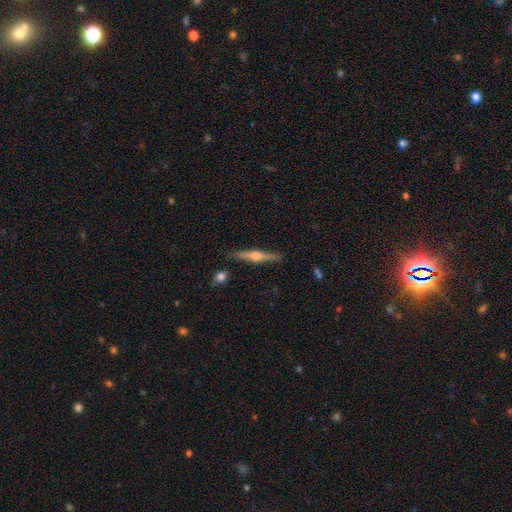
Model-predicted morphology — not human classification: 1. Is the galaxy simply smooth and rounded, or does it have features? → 64% featured or disk, 30% smooth, 6% star or artifact.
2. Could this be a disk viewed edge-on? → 97% yes, 3% no.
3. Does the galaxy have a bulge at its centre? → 85% rounded, 10% boxy, 5% none.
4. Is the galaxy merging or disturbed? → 87% none, 9% minor disturbance, 2% merger, 2% major disturbance.